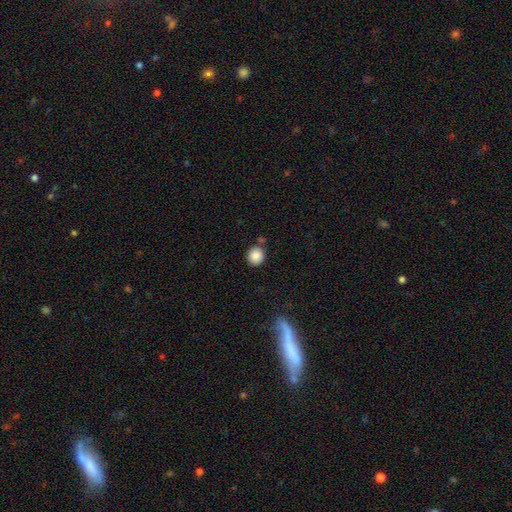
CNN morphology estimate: smooth-or-featured: smooth: 88% | star or artifact: 9% | featured or disk: 4%
  how-rounded: round: 88% | in between: 11% | cigar-shaped: 1%
  merging: none: 77% | minor disturbance: 11% | merger: 9% | major disturbance: 3%